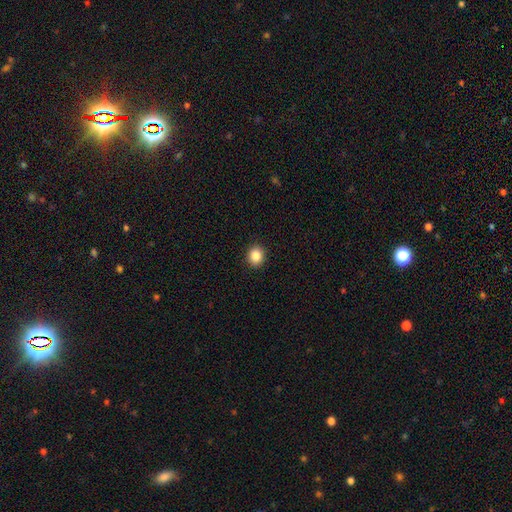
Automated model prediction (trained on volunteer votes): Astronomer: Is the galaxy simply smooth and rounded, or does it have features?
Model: smooth — 86%.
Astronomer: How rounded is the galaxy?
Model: round — 75%.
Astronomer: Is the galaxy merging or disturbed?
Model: none — 92%.